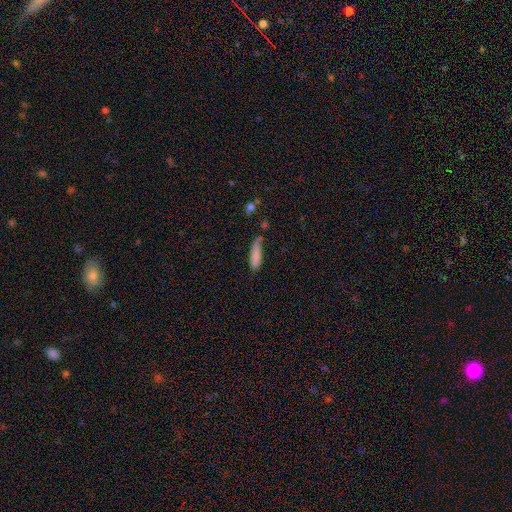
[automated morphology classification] smooth 83%, featured or disk 10%, star or artifact 7%. Down the decision tree: how rounded — cigar-shaped (63%); merging — none (53%).